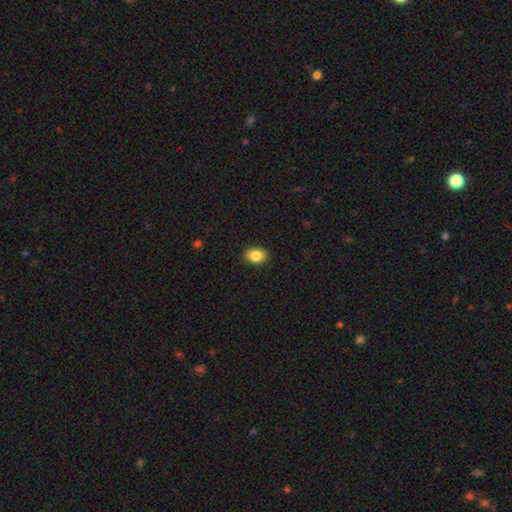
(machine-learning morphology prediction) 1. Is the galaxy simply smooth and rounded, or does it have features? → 86% smooth, 8% star or artifact, 6% featured or disk.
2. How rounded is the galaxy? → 77% in between, 22% round, 1% cigar-shaped.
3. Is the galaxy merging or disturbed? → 88% none, 9% minor disturbance, 2% major disturbance, 1% merger.